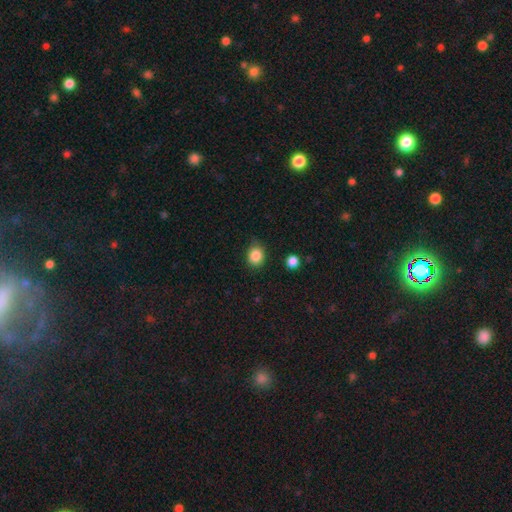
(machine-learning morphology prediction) Smooth or featured? Predicted: smooth (p=0.85). How rounded? Predicted: round (p=0.68). Merging? Predicted: none (p=0.78).